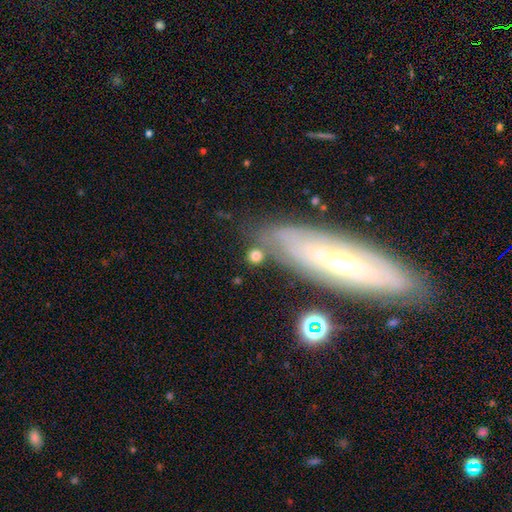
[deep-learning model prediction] Smooth or featured?
  - smooth: 78% *
  - star or artifact: 12%
  - featured or disk: 10%
How rounded?
  - round: 82% *
  - in between: 15%
  - cigar-shaped: 3%
Merging?
  - none: 69% *
  - merger: 12%
  - minor disturbance: 12%
  - major disturbance: 7%